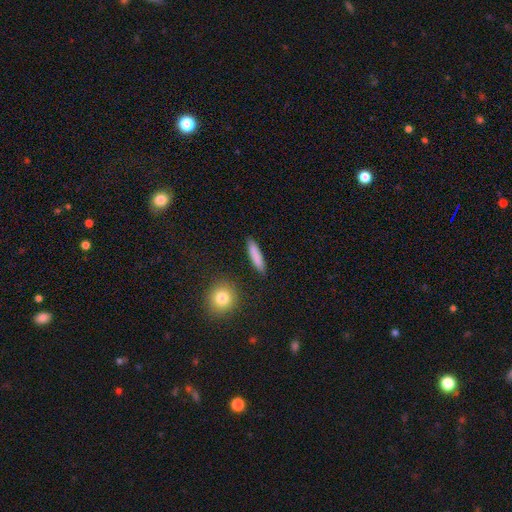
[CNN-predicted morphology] This is clearly a smooth galaxy (84%). How rounded: clearly cigar-shaped (84%). Merging: clearly none (89%).